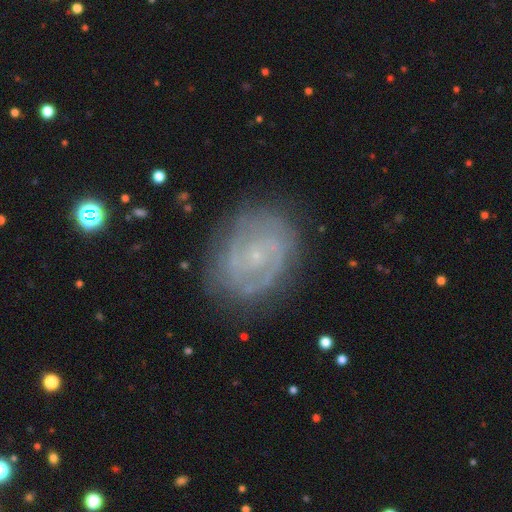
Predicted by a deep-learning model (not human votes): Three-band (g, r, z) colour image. It shows a featured or disk galaxy (81%) with no bar (64%), 2 (59%) tight (56%) spiral arms (93%) and a small central bulge (84%). Merging: none (80%).